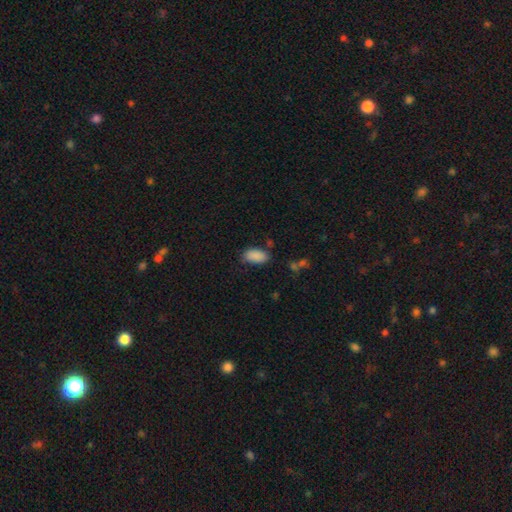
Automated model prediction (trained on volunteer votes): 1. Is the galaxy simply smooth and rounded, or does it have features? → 89% smooth, 8% star or artifact, 3% featured or disk.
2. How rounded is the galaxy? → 94% in between, 3% cigar-shaped, 3% round.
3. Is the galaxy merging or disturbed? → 78% none, 16% minor disturbance, 4% major disturbance, 3% merger.